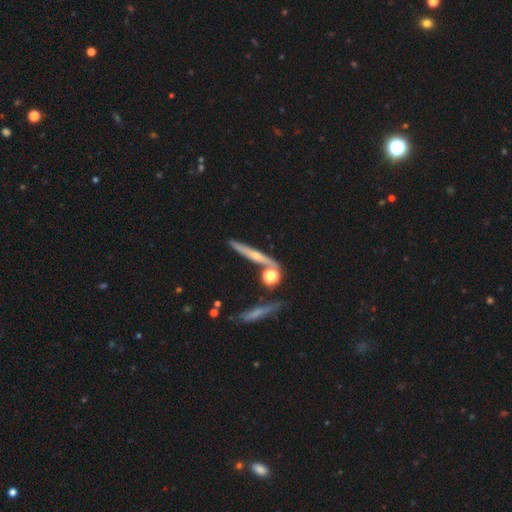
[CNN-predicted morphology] This is possibly a featured or disk galaxy (58%). It is clearly viewed edge-on (92%). Edge-on bulge: likely rounded (64%). Merging: likely none (76%).